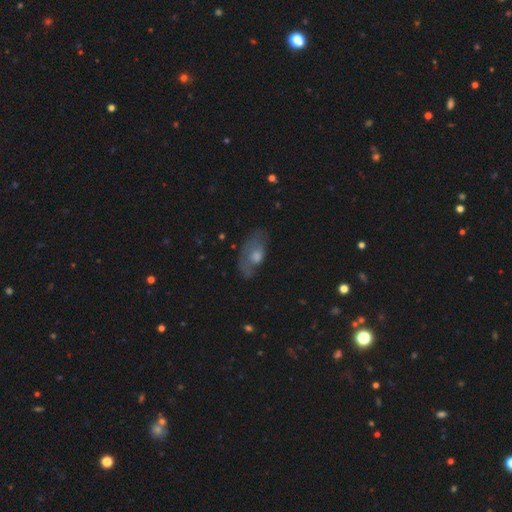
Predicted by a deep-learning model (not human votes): This appears to be a smooth galaxy with no disk features (46%). Merging: none (59%).